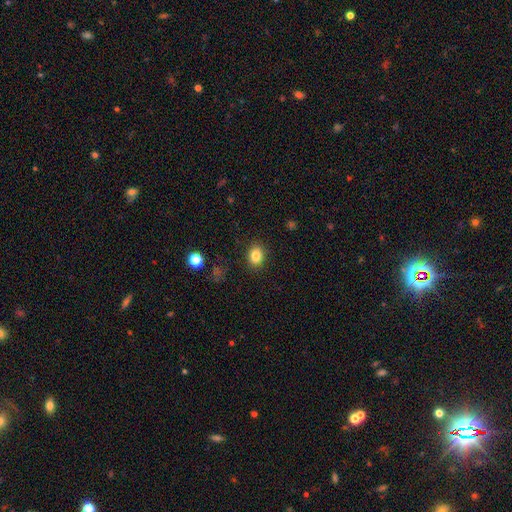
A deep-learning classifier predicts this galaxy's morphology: A smooth galaxy with no disk features (84%) that is round (50%).

Vote fractions:
- Smooth or featured? smooth: 84% / star or artifact: 10% / featured or disk: 6%
- How rounded? round: 50% / in between: 49% / cigar-shaped: 1%
- Merging? none: 88% / minor disturbance: 8% / major disturbance: 3% / merger: 1%